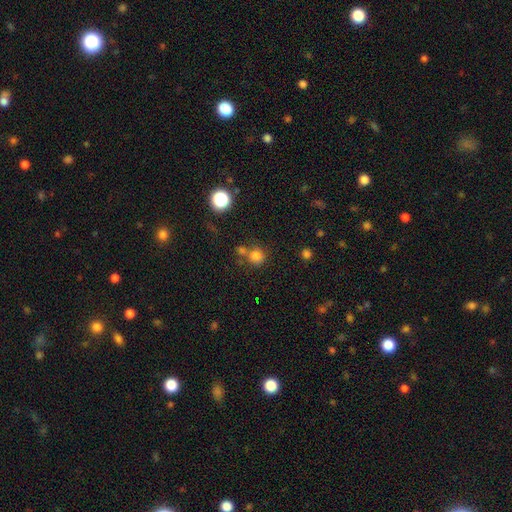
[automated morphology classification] Smooth or featured? smooth (77%)
How rounded? round (89%)
Merging? none (58%)